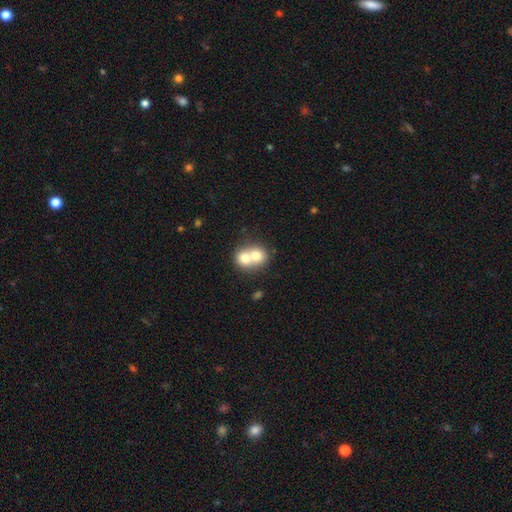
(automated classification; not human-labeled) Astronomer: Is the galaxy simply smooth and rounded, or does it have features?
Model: smooth — 70%.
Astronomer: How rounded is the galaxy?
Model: round — 69%.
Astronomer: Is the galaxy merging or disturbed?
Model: merger — 75%.